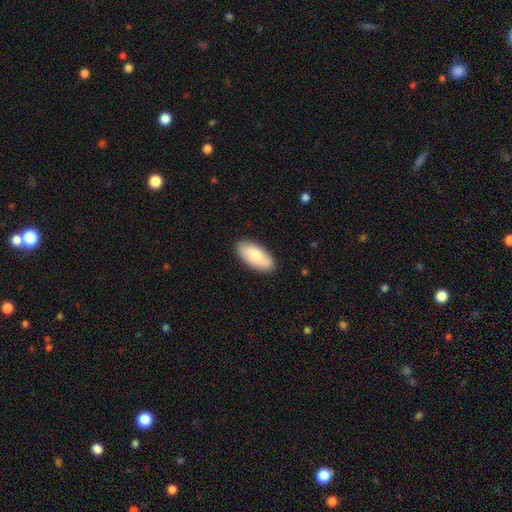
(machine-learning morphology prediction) smooth 79%, featured or disk 15%, star or artifact 6%. Down the decision tree: how rounded — in between (91%); merging — none (85%).